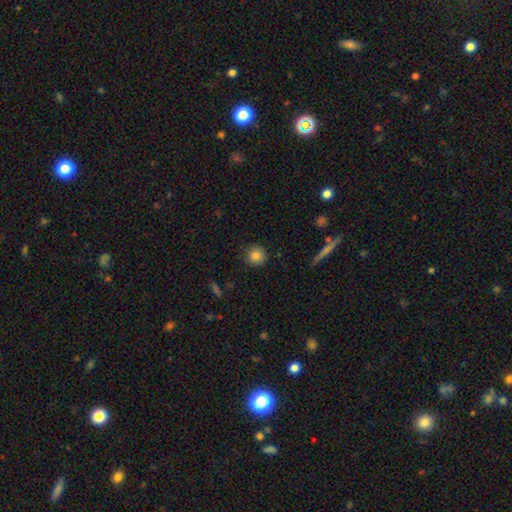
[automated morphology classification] type=smooth (84%); roundness=round (94%); merging=none (89%).